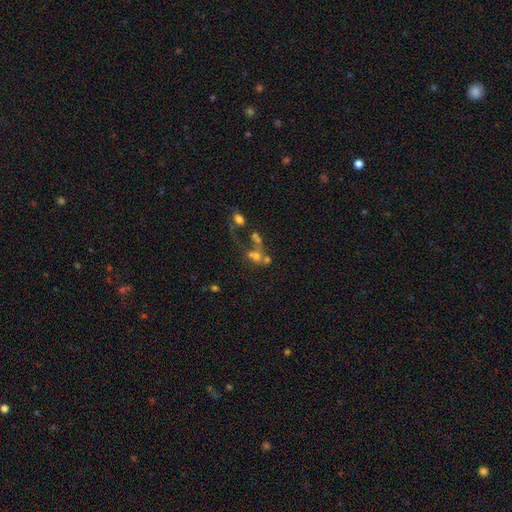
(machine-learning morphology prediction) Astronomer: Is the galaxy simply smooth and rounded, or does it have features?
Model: smooth — 45% (runner-up: featured or disk, 35%).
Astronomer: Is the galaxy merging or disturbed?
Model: merger — 54%.